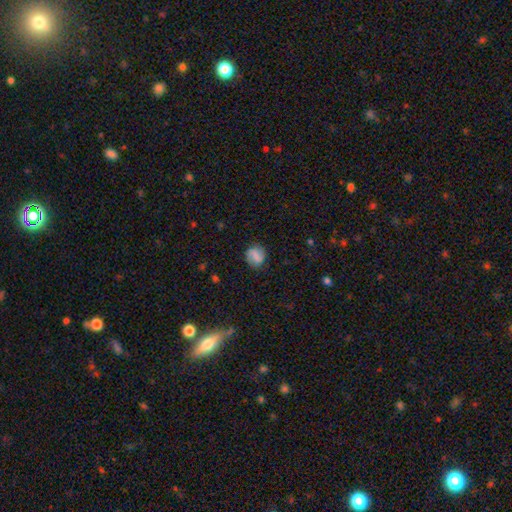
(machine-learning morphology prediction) Smooth or featured: smooth — 58% (featured or disk — 32%)
How rounded: round — 73% (in between — 25%)
Merging: none — 81% (minor disturbance — 13%)